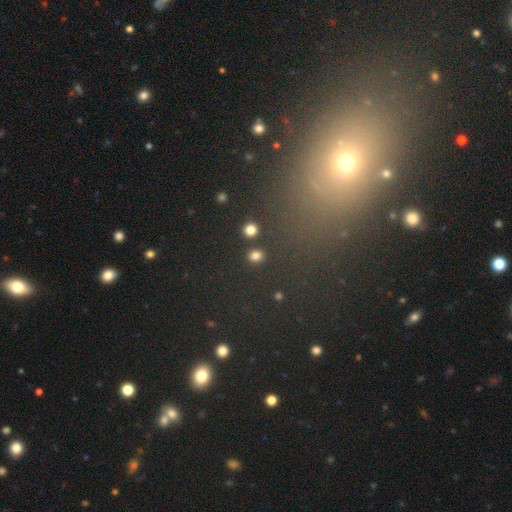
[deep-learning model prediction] Morphology: type=smooth (81%); roundness=round (79%); merging=none (86%).